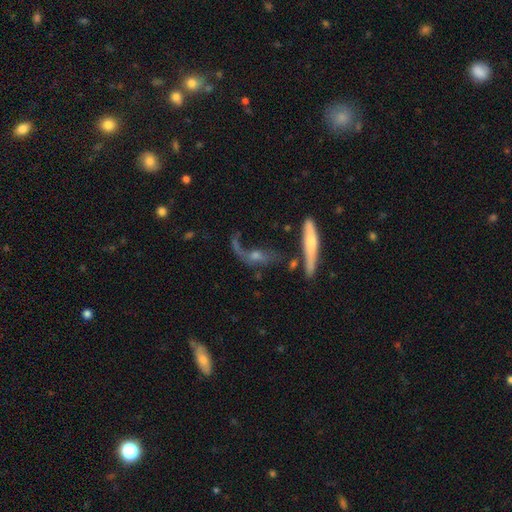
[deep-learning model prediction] The model was most divided on "merging": none: 38%, major disturbance: 30%, minor disturbance: 16%, merger: 15%. More confident: smooth or featured — featured or disk (64%); edge-on disk — no (60%).